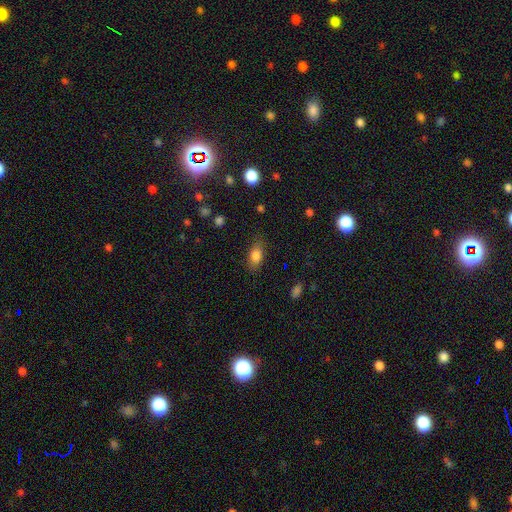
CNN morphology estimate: Smooth or featured: smooth — 81% (featured or disk — 10%)
How rounded: in between — 84% (cigar-shaped — 8%)
Merging: none — 81% (minor disturbance — 14%)